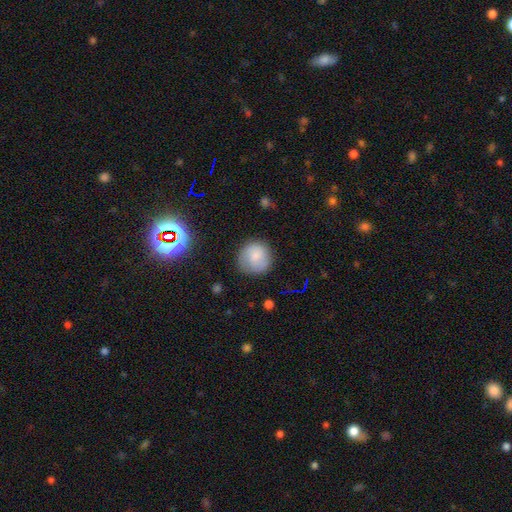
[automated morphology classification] A smooth galaxy with no disk features (78%) that is round (90%).

Vote fractions:
- Smooth or featured? smooth: 78% / featured or disk: 14% / star or artifact: 9%
- How rounded? round: 90% / in between: 9% / cigar-shaped: 1%
- Merging? none: 76% / minor disturbance: 17% / major disturbance: 5% / merger: 2%